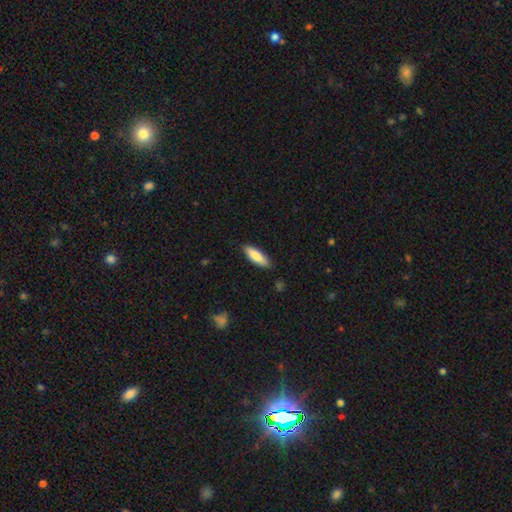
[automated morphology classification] smooth-or-featured: smooth: 79% | featured or disk: 15% | star or artifact: 6%
  how-rounded: in between: 49% (tied) | cigar-shaped: 49% (tied) | round: 2%
  merging: none: 86% | minor disturbance: 10% | major disturbance: 2% | merger: 1%